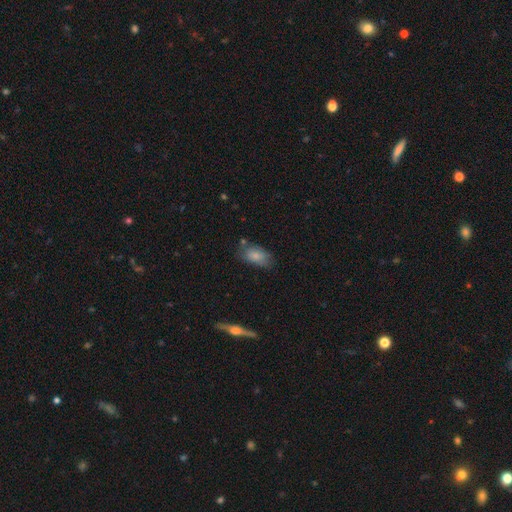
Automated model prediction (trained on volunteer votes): Morphology: type=smooth (80%); roundness=in between (90%); merging=none (63%).